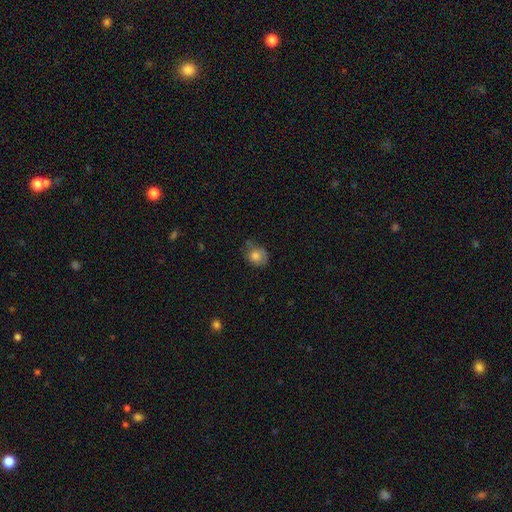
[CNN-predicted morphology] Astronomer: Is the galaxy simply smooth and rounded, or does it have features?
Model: smooth — 77%.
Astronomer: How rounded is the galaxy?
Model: round — 61% (runner-up: in between, 38%).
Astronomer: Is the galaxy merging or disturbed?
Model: none — 51% (runner-up: minor disturbance, 34%).